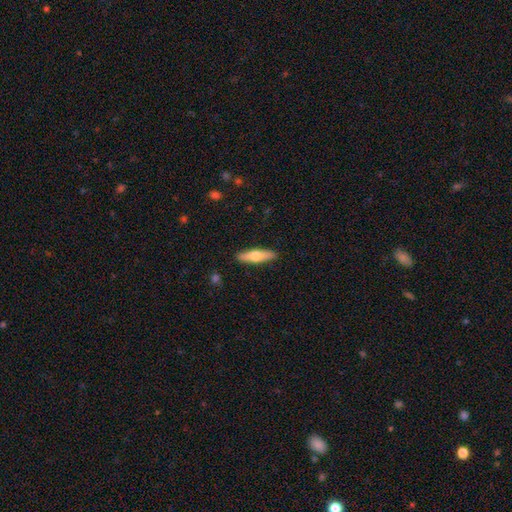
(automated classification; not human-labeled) Q: Smooth or featured?
A: smooth (60%); runner-up: featured or disk (35%)
Q: How rounded?
A: cigar-shaped (71%); runner-up: in between (27%)
Q: Merging?
A: none (90%); runner-up: minor disturbance (7%)